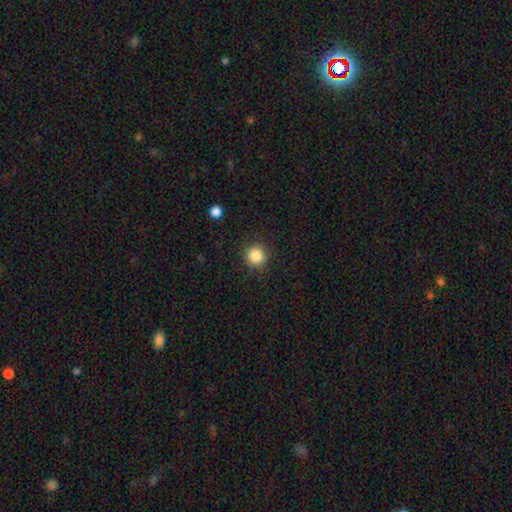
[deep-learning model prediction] smooth_or_featured: smooth (p=0.85) [alt: star or artifact p=0.11]
how_rounded: round (p=0.94) [alt: in between p=0.05]
merging: none (p=0.90) [alt: minor disturbance p=0.06]